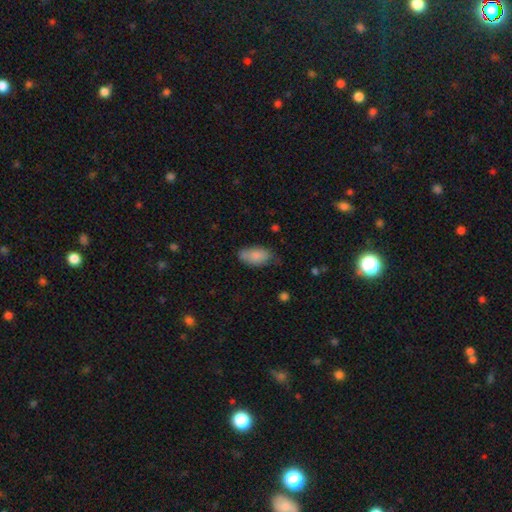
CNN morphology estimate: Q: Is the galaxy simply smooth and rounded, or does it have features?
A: smooth — 83%.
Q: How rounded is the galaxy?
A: in between — 93%.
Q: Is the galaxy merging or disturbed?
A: none — 58%.